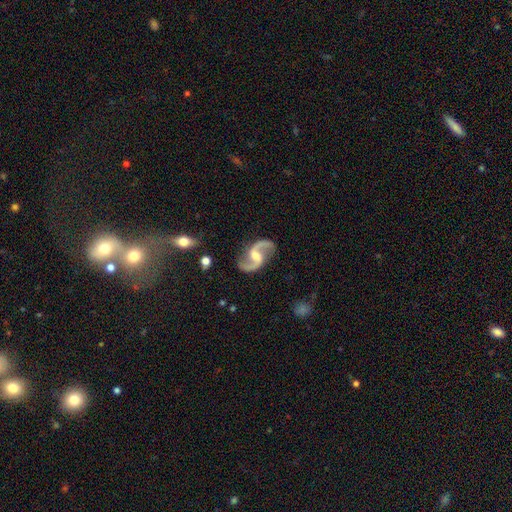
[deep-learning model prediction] featured or disk 94%, star or artifact 4%, smooth 3%. Down the decision tree: edge-on disk — no (98%); bar — weak (47%); spiral arms — yes (98%); spiral arm count — 2 (95%); spiral winding — loose (59%); bulge size — moderate (53%); merging — none (83%).